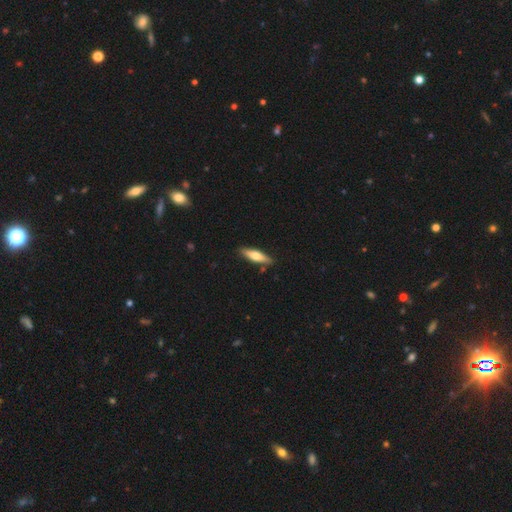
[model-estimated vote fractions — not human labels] smooth-or-featured: smooth: 56% | featured or disk: 39% | star or artifact: 5%
  how-rounded: cigar-shaped: 65% | in between: 33% | round: 2%
  merging: none: 86% | minor disturbance: 10% | merger: 2% | major disturbance: 2%